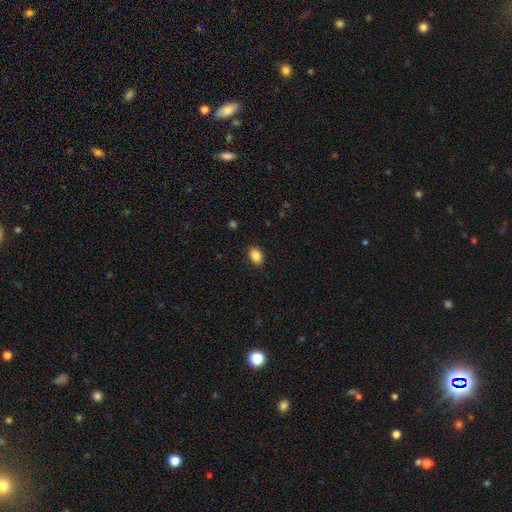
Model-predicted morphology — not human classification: type=smooth (87%); roundness=in between (84%); merging=none (88%).